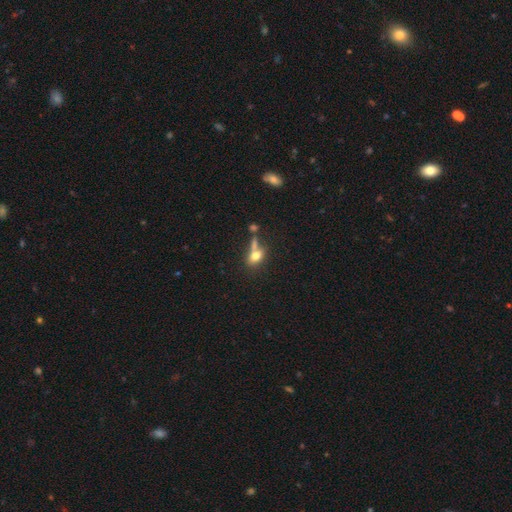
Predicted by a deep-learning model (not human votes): Overall: smooth (72%). How rounded: in between (68%). Merging: none (40%; merger 34%).